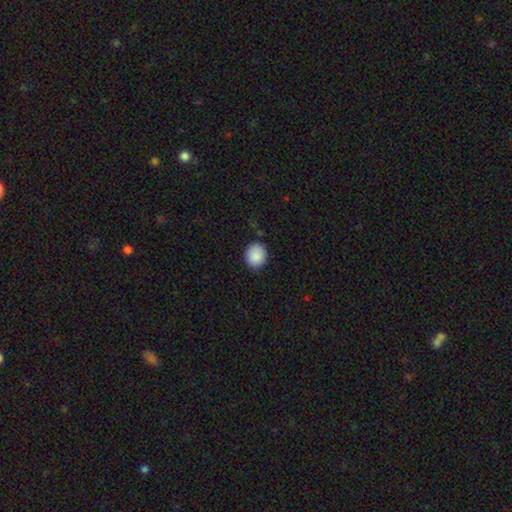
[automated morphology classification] smooth 89%, star or artifact 8%, featured or disk 4%. Down the decision tree: how rounded — round (65%); merging — none (82%).